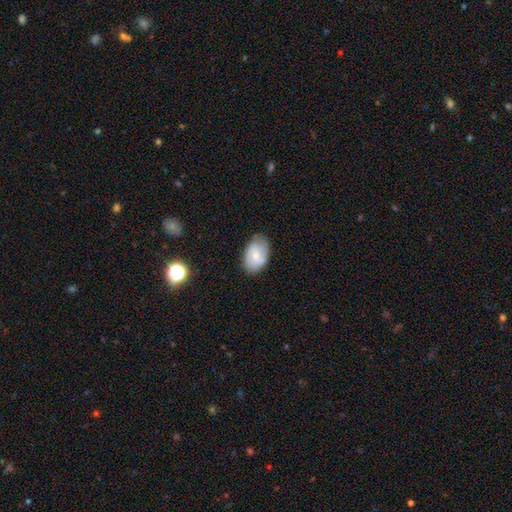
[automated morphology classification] The model was most divided on "smooth or featured": smooth: 56%, featured or disk: 37%, star or artifact: 7%. More confident: how rounded — in between (86%); merging — none (75%).